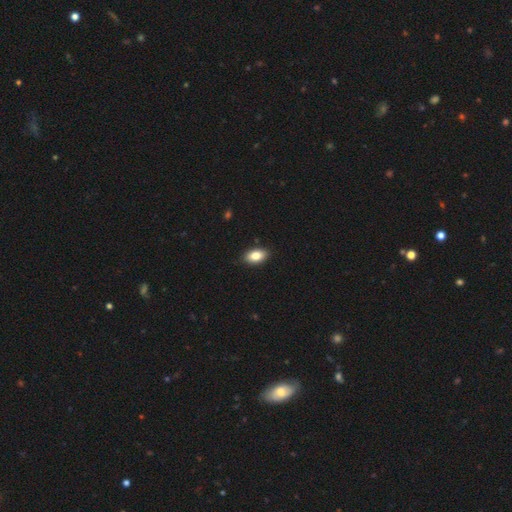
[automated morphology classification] Q: Smooth or featured?
A: smooth (84%); runner-up: featured or disk (8%)
Q: How rounded?
A: in between (91%); runner-up: round (6%)
Q: Merging?
A: none (89%); runner-up: minor disturbance (9%)